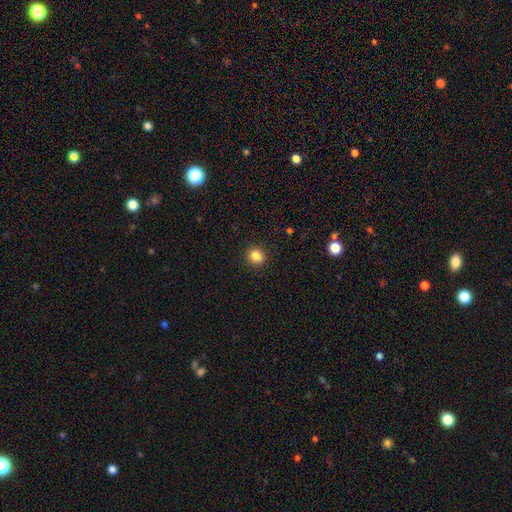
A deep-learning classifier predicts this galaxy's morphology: A smooth galaxy with no disk features (84%) that is round (83%).

Vote fractions:
- Smooth or featured? smooth: 84% / star or artifact: 11% / featured or disk: 5%
- How rounded? round: 83% / in between: 16% / cigar-shaped: 1%
- Merging? none: 90% / minor disturbance: 6% / major disturbance: 2% / merger: 1%